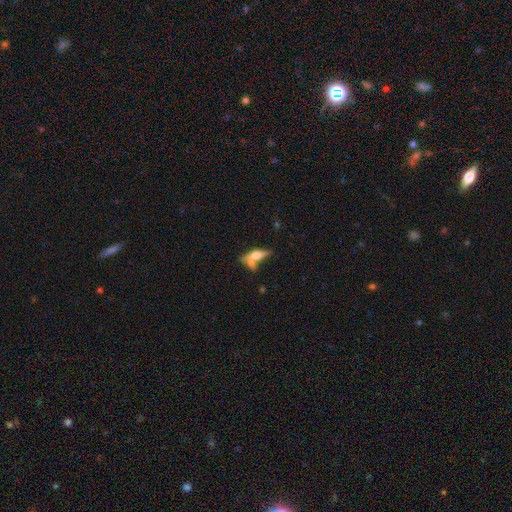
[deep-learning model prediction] Smooth or featured? smooth (50%)
Merging? merger (42%)